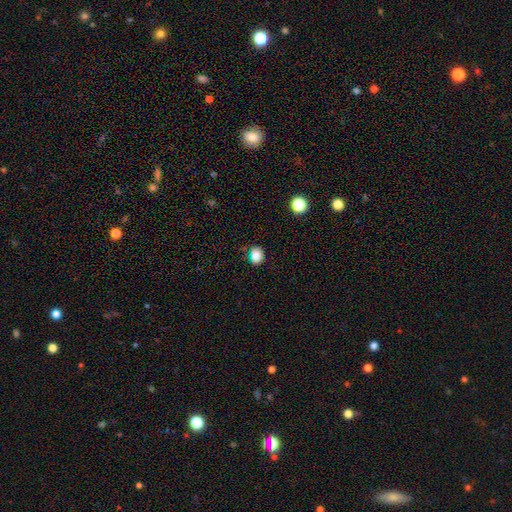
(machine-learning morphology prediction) This is clearly a smooth galaxy (84%). How rounded: possibly in between (59%). Merging: likely none (71%).